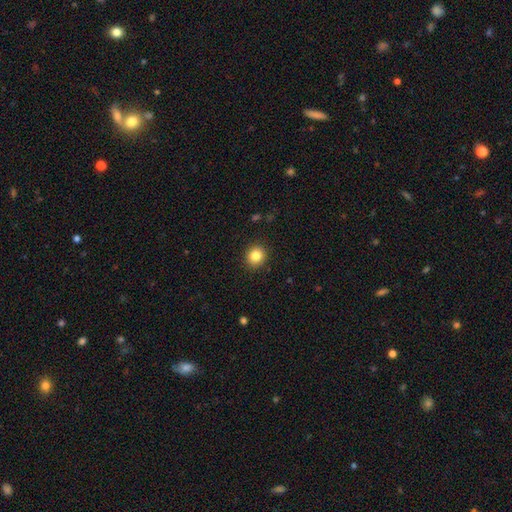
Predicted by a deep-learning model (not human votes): Smooth or featured?
  - smooth: 84% *
  - star or artifact: 10%
  - featured or disk: 6%
How rounded?
  - round: 87% *
  - in between: 12%
  - cigar-shaped: 1%
Merging?
  - none: 91% *
  - minor disturbance: 6%
  - major disturbance: 2%
  - merger: 1%